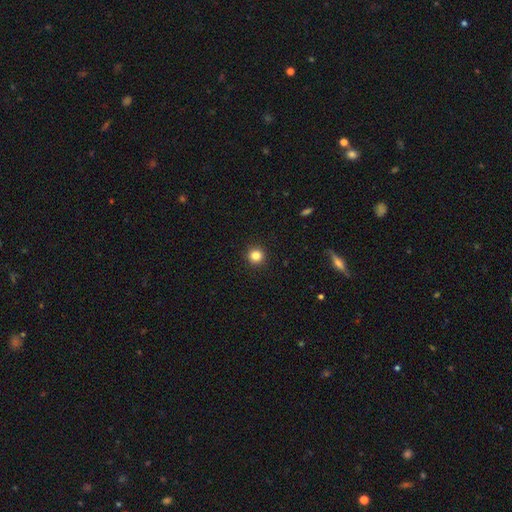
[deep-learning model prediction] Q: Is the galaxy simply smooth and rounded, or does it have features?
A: smooth — 83%.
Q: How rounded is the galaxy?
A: round — 95%.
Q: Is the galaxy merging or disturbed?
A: none — 93%.